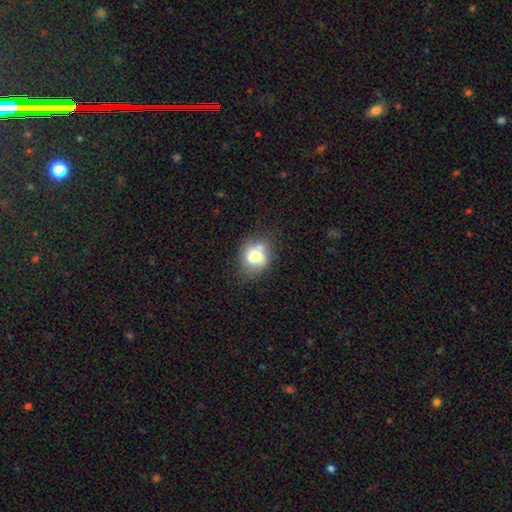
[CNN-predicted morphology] Smooth or featured: smooth — 65% (featured or disk — 24%)
How rounded: round — 58% (in between — 41%)
Merging: none — 53% (minor disturbance — 21%)